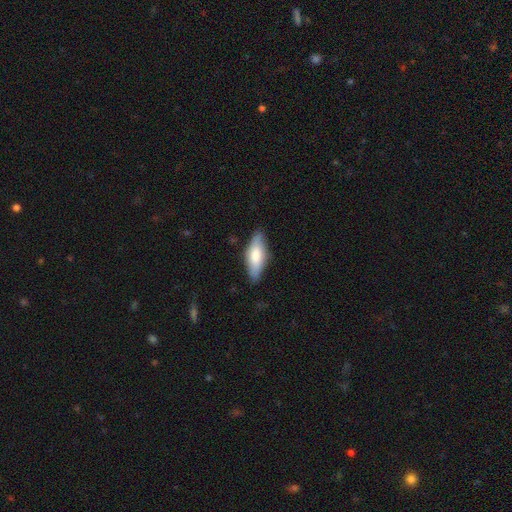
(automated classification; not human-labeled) This is likely a smooth galaxy (71%). How rounded: likely in between (66%). Merging: clearly none (81%).